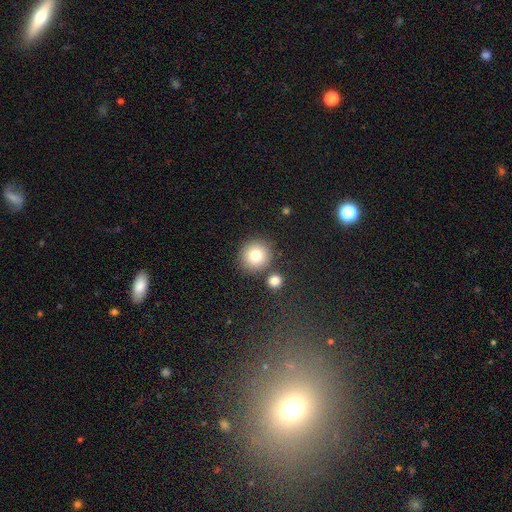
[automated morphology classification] Smooth or featured: smooth — 81% (star or artifact — 10%)
How rounded: round — 92% (in between — 7%)
Merging: none — 81% (merger — 9%)